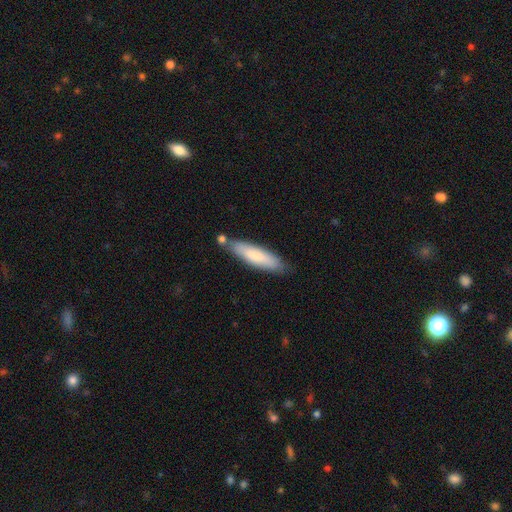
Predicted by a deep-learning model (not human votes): Morphology: type=smooth (78%); roundness=cigar-shaped (73%); merging=none (74%).